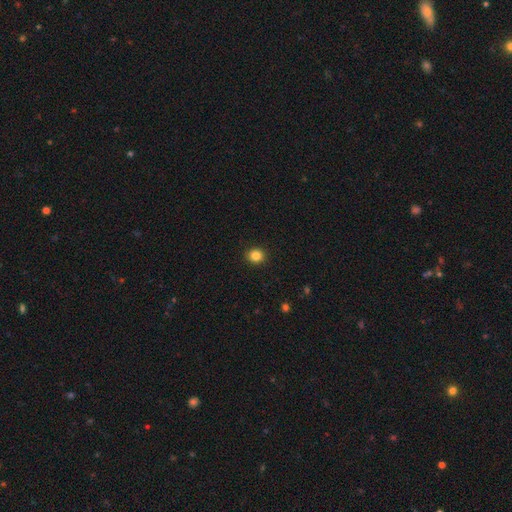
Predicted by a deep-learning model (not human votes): Q: Smooth or featured?
A: smooth (84%); runner-up: star or artifact (12%)
Q: How rounded?
A: round (84%); runner-up: in between (15%)
Q: Merging?
A: none (92%); runner-up: minor disturbance (5%)